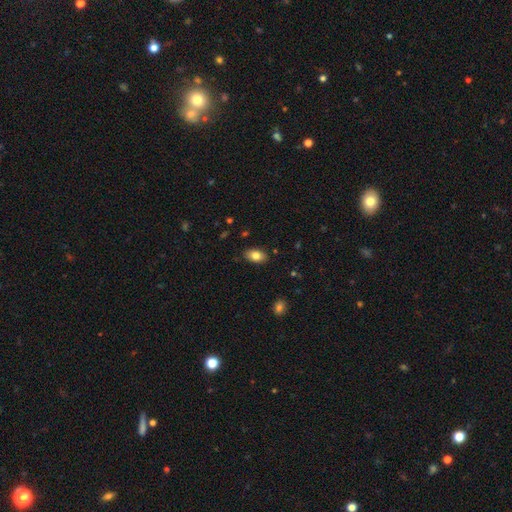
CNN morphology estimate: The model was most divided on "smooth or featured": smooth: 81%, featured or disk: 11%, star or artifact: 8%. More confident: how rounded — in between (91%); merging — none (86%).